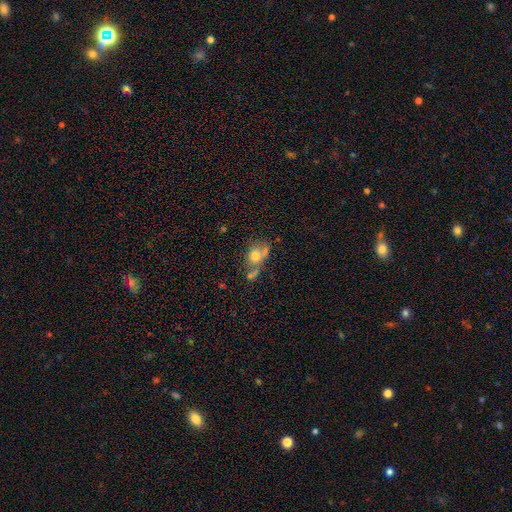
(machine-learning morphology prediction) Q: Smooth or featured?
A: smooth (66%); runner-up: featured or disk (23%)
Q: How rounded?
A: in between (49%); tied with: round (49%)
Q: Merging?
A: merger (38%); runner-up: none (30%)